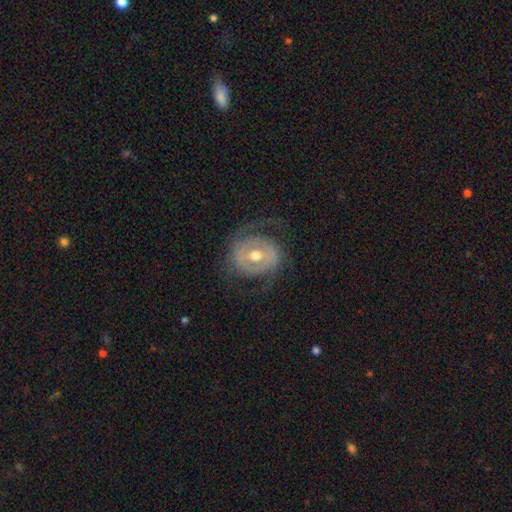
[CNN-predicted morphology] Q: Smooth or featured?
A: featured or disk (79%); runner-up: smooth (16%)
Q: Edge-on disk?
A: no (96%); runner-up: yes (4%)
Q: Bar?
A: no (39%); tied with: weak (39%)
Q: Spiral arms?
A: yes (74%); runner-up: no (26%)
Q: Spiral winding?
A: tight (37%); tied with: medium (37%)
Q: Spiral arm count?
A: 2 (65%); runner-up: can't tell (17%)
Q: Bulge size?
A: moderate (77%); runner-up: small (16%)
Q: Merging?
A: none (67%); runner-up: major disturbance (16%)